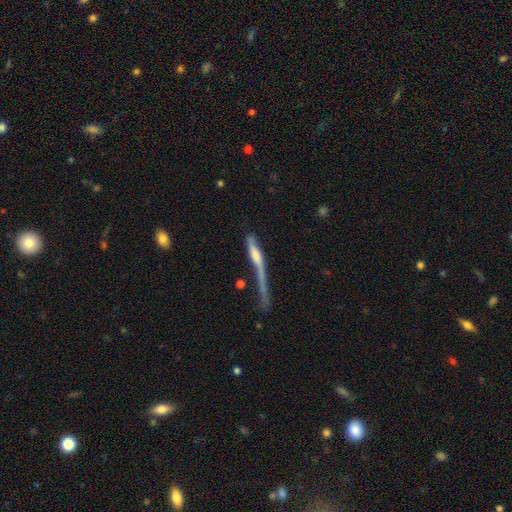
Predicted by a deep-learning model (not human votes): Overall: featured or disk (54%; smooth 35%). Edge-on disk: yes (79%). Merging: major disturbance (34%; none 29%).